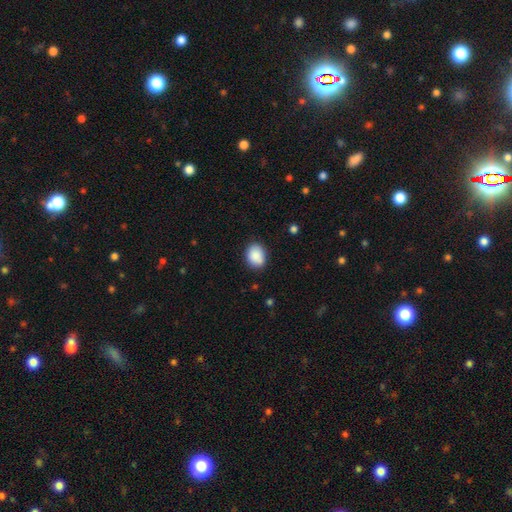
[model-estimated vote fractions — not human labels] Smooth or featured?
  - smooth: 89% *
  - star or artifact: 7%
  - featured or disk: 4%
How rounded?
  - in between: 54% *
  - round: 45%
  - cigar-shaped: 1%
Merging?
  - none: 83% *
  - minor disturbance: 12%
  - major disturbance: 3%
  - merger: 2%